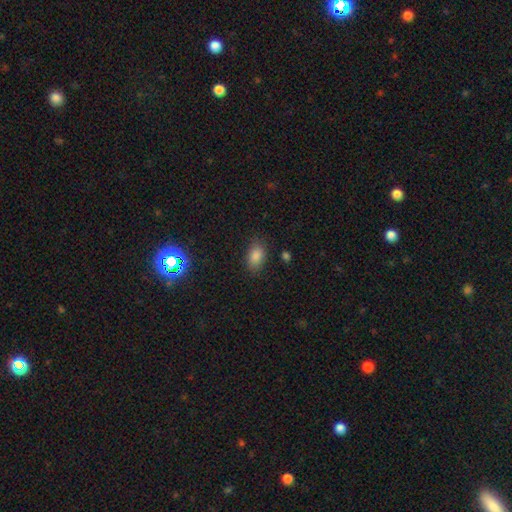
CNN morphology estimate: Smooth or featured: smooth — 80% (star or artifact — 14%)
How rounded: in between — 86% (round — 12%)
Merging: none — 82% (minor disturbance — 13%)